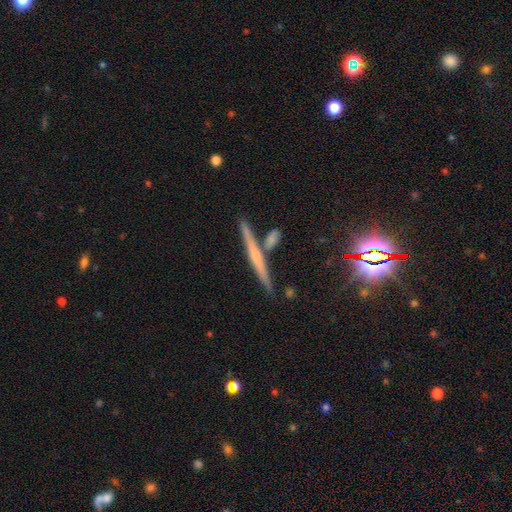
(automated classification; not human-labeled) A featured or disk galaxy (57%) viewed edge-on (96%) with a rounded central bulge (47%).

Vote fractions:
- Smooth or featured? featured or disk: 57% / smooth: 32% / star or artifact: 11%
- Edge-on disk? yes: 96% / no: 4%
- Edge-on bulge? rounded: 47% / none: 41% / boxy: 11%
- Merging? none: 78% / merger: 11% / minor disturbance: 9% / major disturbance: 2%